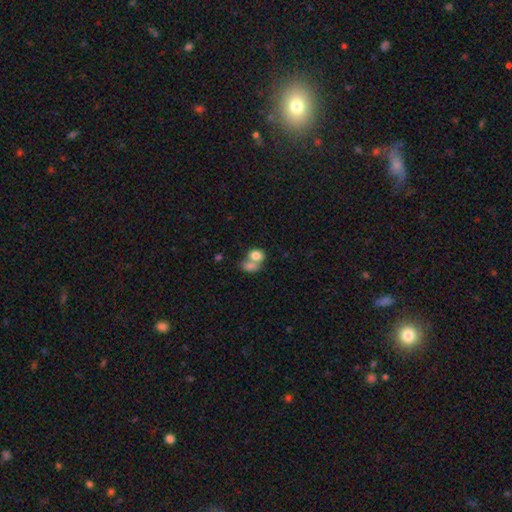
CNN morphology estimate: smooth 78%, featured or disk 13%, star or artifact 9%. Down the decision tree: how rounded — in between (56%); merging — merger (65%).